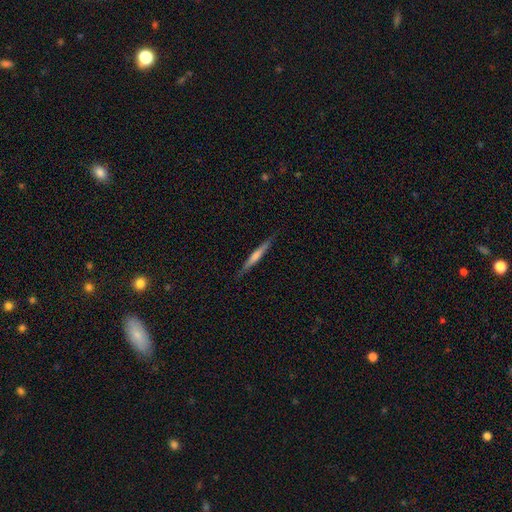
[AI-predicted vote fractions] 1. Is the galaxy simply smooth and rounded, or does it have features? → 51% featured or disk, 43% smooth, 6% star or artifact.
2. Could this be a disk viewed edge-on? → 97% yes, 3% no.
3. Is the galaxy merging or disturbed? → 89% none, 8% minor disturbance, 2% major disturbance, 1% merger.